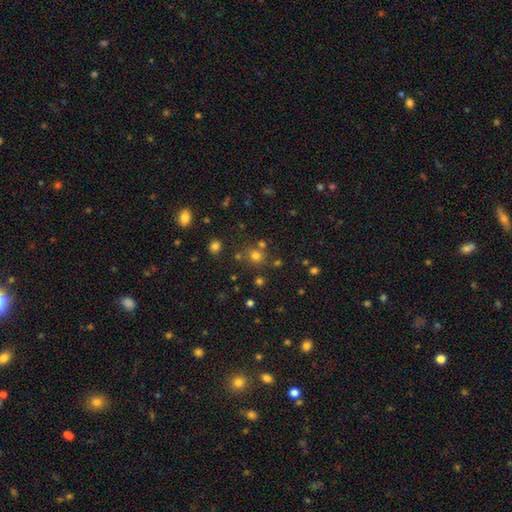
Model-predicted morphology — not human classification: type=smooth (71%); roundness=round (85%); merging=none (73%).